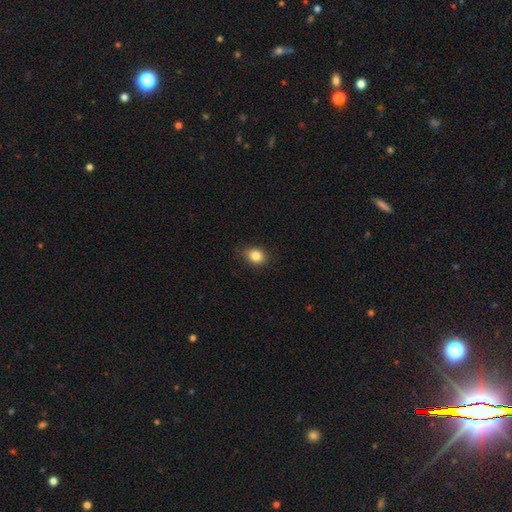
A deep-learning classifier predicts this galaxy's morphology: A smooth galaxy with no disk features (84%) that is round (51%). Merging: none (84%).